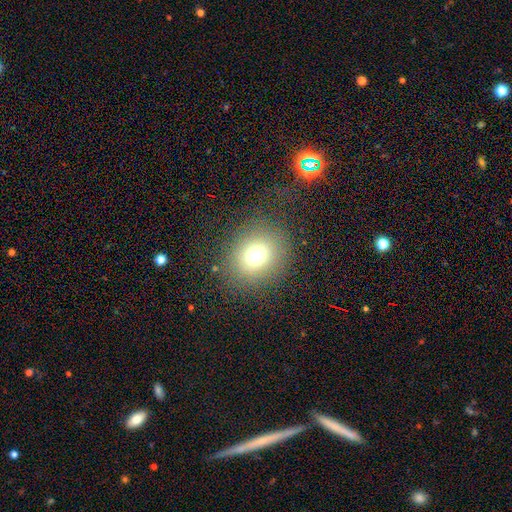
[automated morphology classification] Smooth or featured: smooth — 71% (star or artifact — 18%)
How rounded: round — 75% (in between — 24%)
Merging: none — 83% (minor disturbance — 9%)